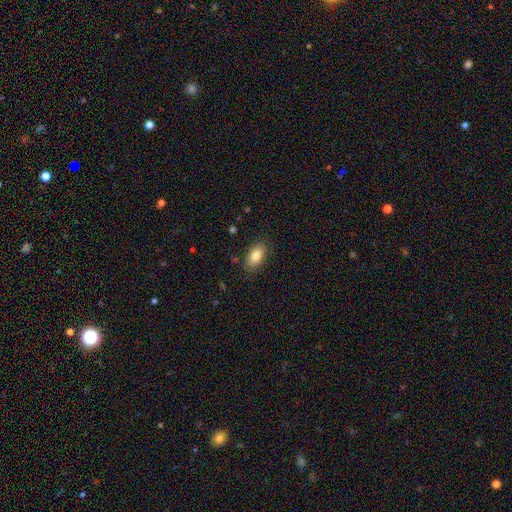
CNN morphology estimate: type=smooth (83%); roundness=in between (92%); merging=none (84%).